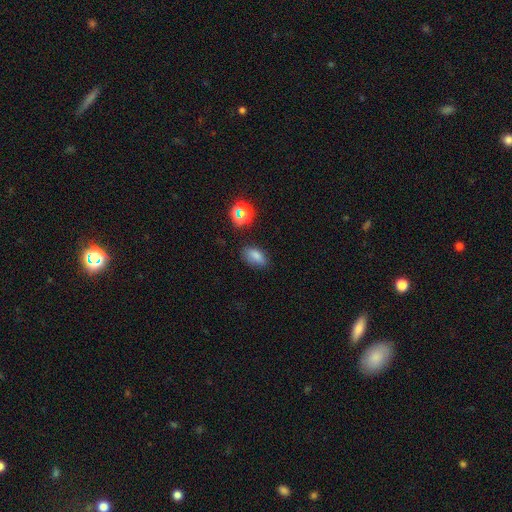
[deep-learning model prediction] A smooth galaxy with no disk features (77%) that is in between round and cigar-shaped (88%).

Vote fractions:
- Smooth or featured? smooth: 77% / star or artifact: 15% / featured or disk: 8%
- How rounded? in between: 88% / round: 8% / cigar-shaped: 4%
- Merging? none: 74% / minor disturbance: 19% / major disturbance: 5% / merger: 3%